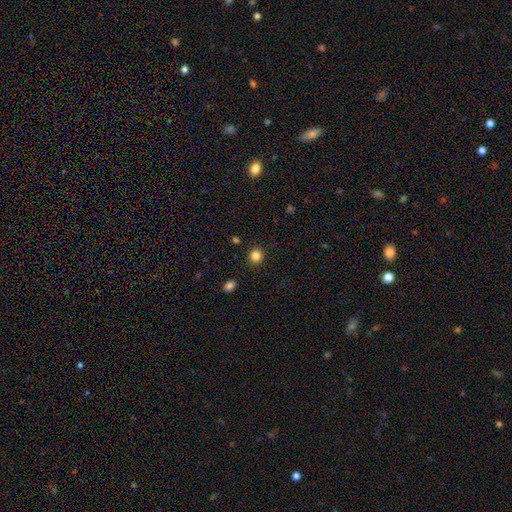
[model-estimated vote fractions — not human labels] Smooth or featured: smooth — 84% (star or artifact — 12%)
How rounded: round — 89% (in between — 10%)
Merging: none — 90% (minor disturbance — 6%)